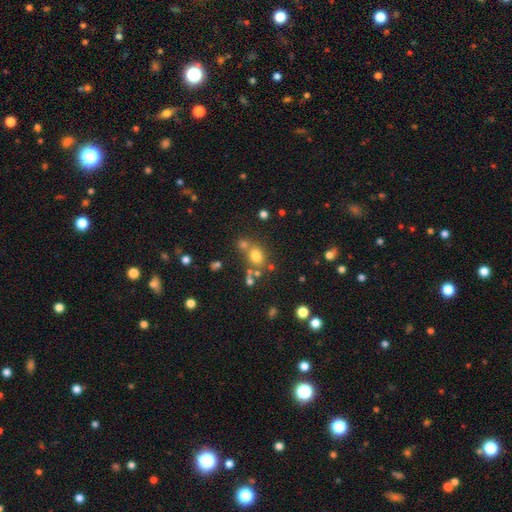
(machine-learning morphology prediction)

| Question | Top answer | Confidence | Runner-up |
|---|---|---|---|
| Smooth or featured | smooth | 72% | star or artifact (17%) |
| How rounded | round | 62% | in between (36%) |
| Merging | none | 58% | merger (25%) |